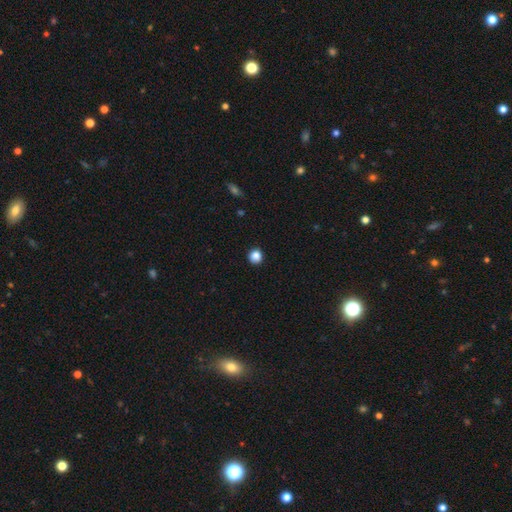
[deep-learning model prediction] Overall: smooth (86%). How rounded: round (92%). Merging: none (92%).